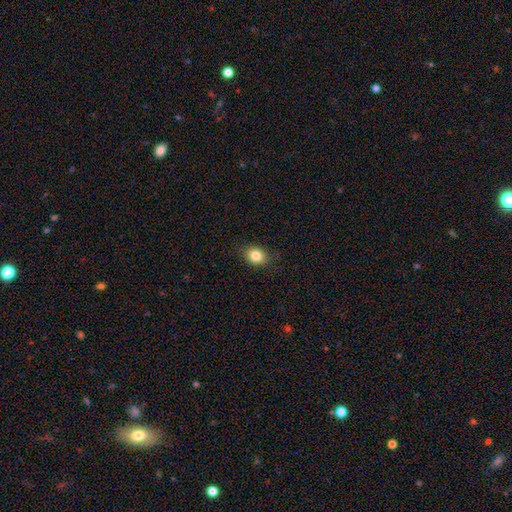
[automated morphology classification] smooth 83%, star or artifact 10%, featured or disk 7%. Down the decision tree: how rounded — round (51%); merging — none (85%).